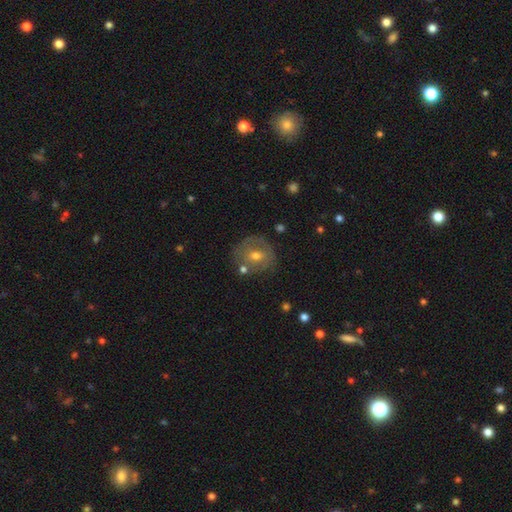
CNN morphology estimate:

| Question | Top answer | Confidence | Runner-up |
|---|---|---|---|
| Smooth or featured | featured or disk | 47% | smooth (43%) |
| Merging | none | 70% | minor disturbance (17%) |